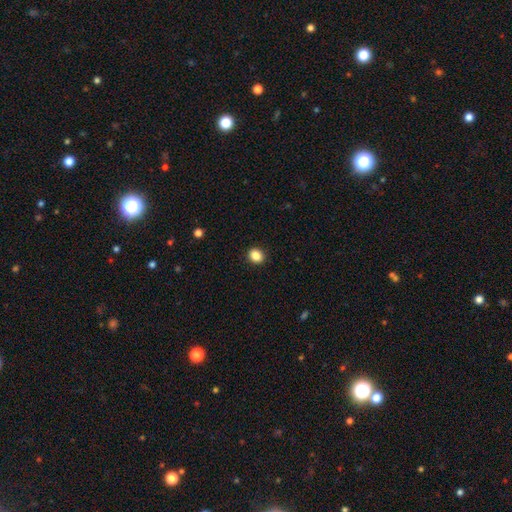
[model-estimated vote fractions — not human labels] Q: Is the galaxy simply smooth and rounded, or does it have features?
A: smooth — 88%.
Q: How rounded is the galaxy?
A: round — 65%.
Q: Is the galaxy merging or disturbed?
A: none — 92%.